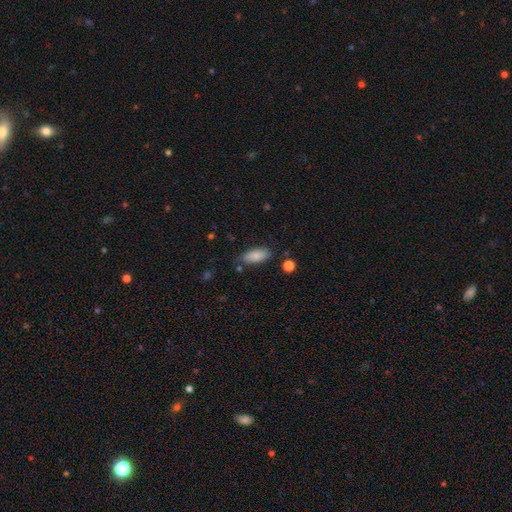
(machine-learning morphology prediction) type=smooth (86%); roundness=in between (86%); merging=none (79%).